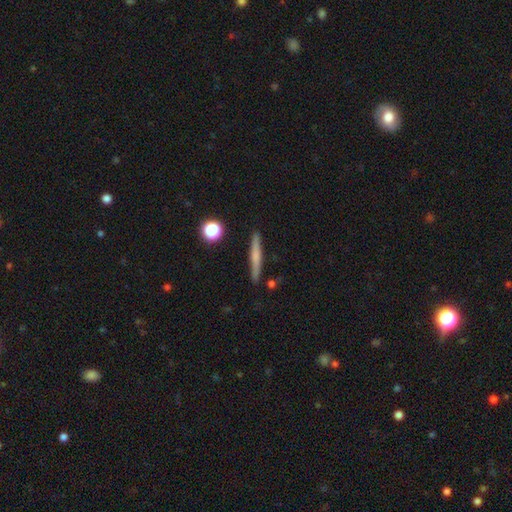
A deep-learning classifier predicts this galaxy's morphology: Q: Smooth or featured?
A: smooth (49%); runner-up: featured or disk (43%)
Q: Merging?
A: none (89%); runner-up: minor disturbance (7%)